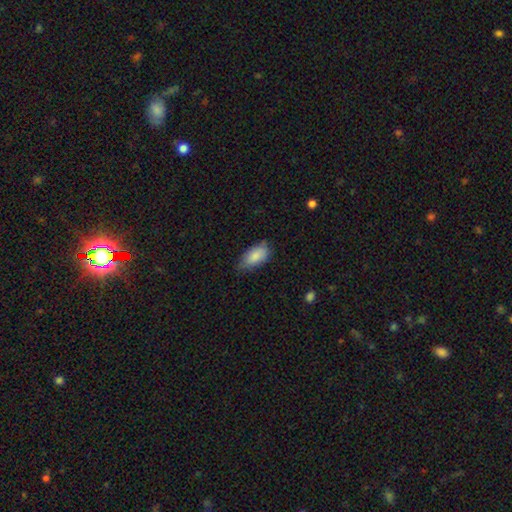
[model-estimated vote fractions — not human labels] This appears to be a smooth galaxy with no disk features (86%) that is in between round and cigar-shaped (92%). Merging: none (60%).